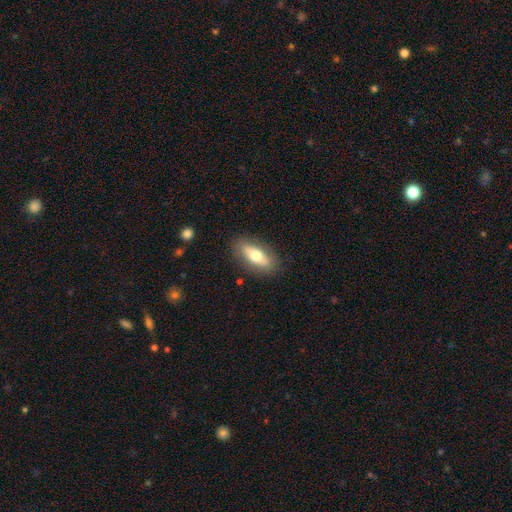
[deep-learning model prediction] smooth 63%, featured or disk 31%, star or artifact 6%. Down the decision tree: how rounded — in between (77%); merging — none (85%).